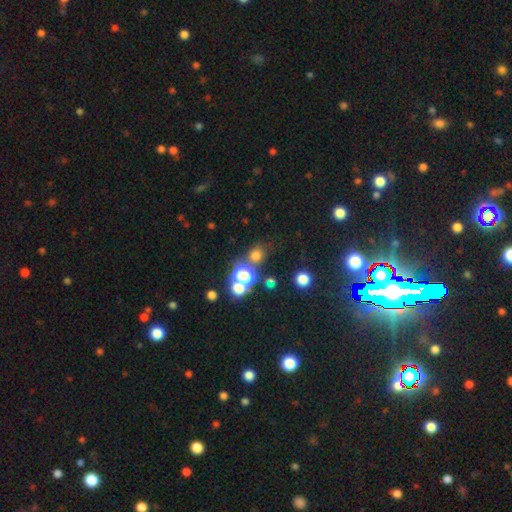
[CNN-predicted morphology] type=smooth (64%); roundness=round (83%); merging=none (68%).